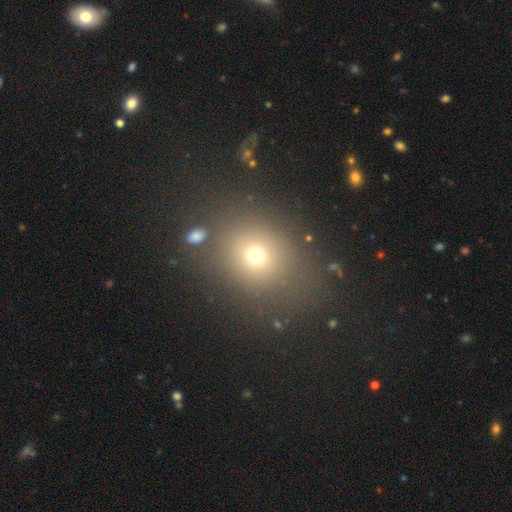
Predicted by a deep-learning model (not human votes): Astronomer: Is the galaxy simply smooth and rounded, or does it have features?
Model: smooth — 68%.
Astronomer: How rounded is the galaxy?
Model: round — 66%.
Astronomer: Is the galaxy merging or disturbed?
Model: none — 76%.